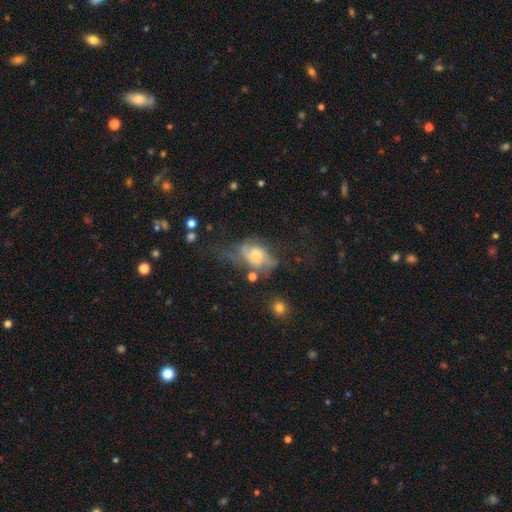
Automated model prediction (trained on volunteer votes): smooth_or_featured: featured or disk (p=0.48) [alt: smooth p=0.42]
merging: major disturbance (p=0.38) [alt: none p=0.29]